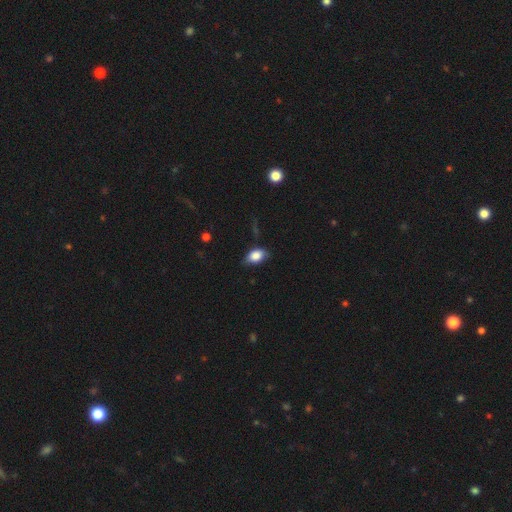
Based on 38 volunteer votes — smooth 89%, featured or disk 8%, star or artifact 3%. Down the decision tree: how rounded — in between (79%); merging — none (62%).